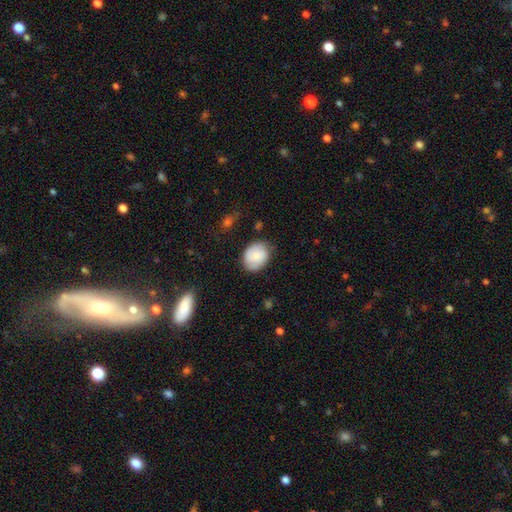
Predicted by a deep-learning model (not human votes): smooth 69%, featured or disk 24%, star or artifact 7%. Down the decision tree: how rounded — in between (53%); merging — none (76%).